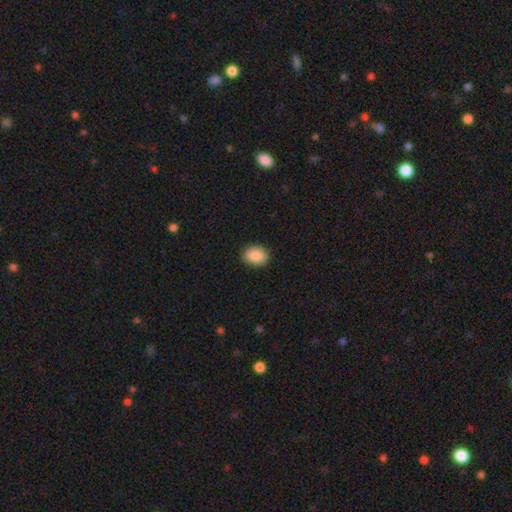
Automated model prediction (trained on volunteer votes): Overall: smooth (88%). How rounded: in between (66%; round 33%). Merging: none (90%).